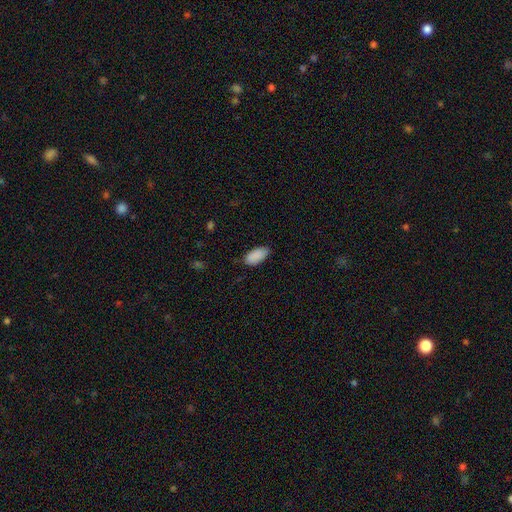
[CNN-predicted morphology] Smooth or featured: smooth — 90% (star or artifact — 7%)
How rounded: in between — 94% (cigar-shaped — 4%)
Merging: none — 77% (minor disturbance — 19%)